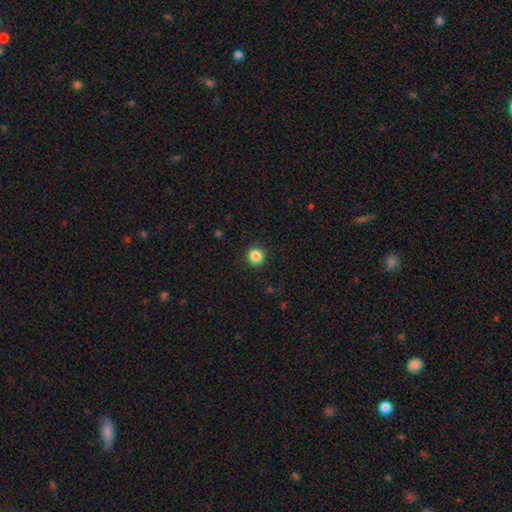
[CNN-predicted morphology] A smooth galaxy with no disk features (86%) that is round (90%). Merging: none (91%).